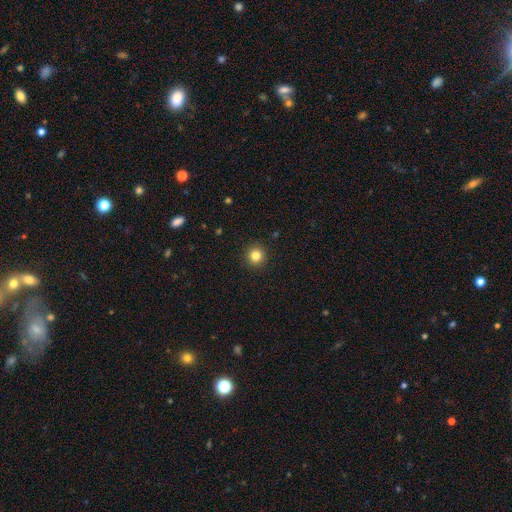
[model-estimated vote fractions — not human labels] smooth-or-featured: smooth: 83% | star or artifact: 12% | featured or disk: 5%
  how-rounded: round: 95% | in between: 5% | cigar-shaped: 1%
  merging: none: 93% | minor disturbance: 5% | major disturbance: 2% | merger: 1%